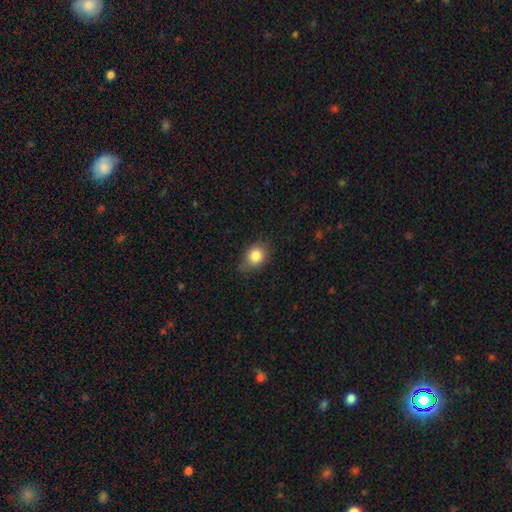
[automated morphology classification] A smooth galaxy with no disk features (84%) that is round (50%).

Vote fractions:
- Smooth or featured? smooth: 84% / star or artifact: 9% / featured or disk: 7%
- How rounded? round: 50% / in between: 48% / cigar-shaped: 1%
- Merging? none: 70% / minor disturbance: 24% / major disturbance: 5% / merger: 1%